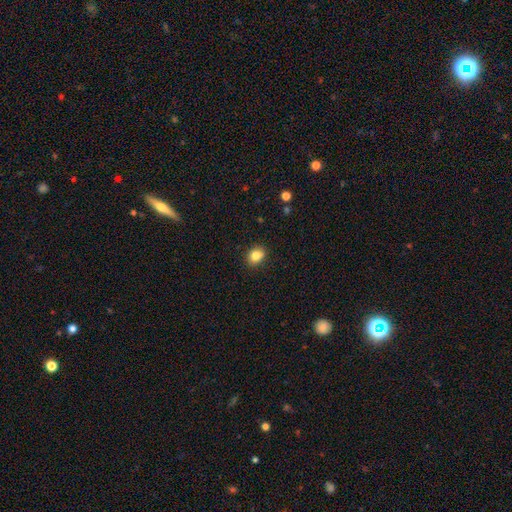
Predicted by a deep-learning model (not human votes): smooth-or-featured: smooth: 83% | star or artifact: 10% | featured or disk: 7%
  how-rounded: round: 55% | in between: 44% | cigar-shaped: 1%
  merging: none: 86% | minor disturbance: 10% | major disturbance: 2% | merger: 2%